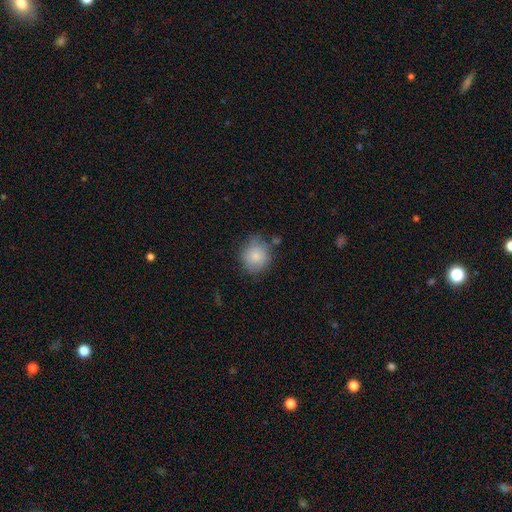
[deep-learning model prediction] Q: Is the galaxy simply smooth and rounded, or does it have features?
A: smooth — 83%.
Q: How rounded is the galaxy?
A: round — 83%.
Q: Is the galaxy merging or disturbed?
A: none — 70%.